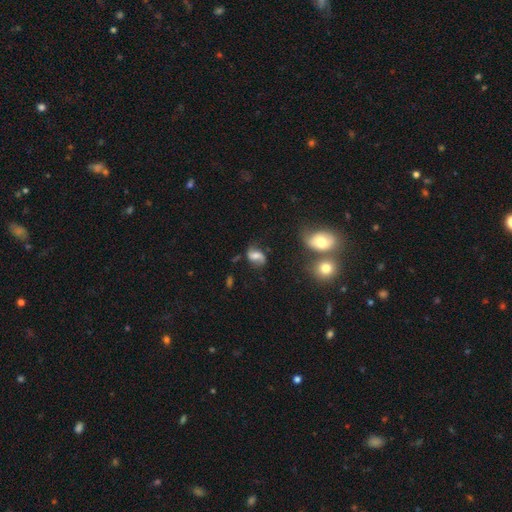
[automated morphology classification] smooth-or-featured: featured or disk: 56% | smooth: 33% | star or artifact: 10%
  disk-edge-on: no: 96% | yes: 4%
    bar: weak: 43% | no: 40% | strong: 18%
    has-spiral-arms: yes: 89% | no: 11%
    bulge-size: moderate: 47% | small: 25% | large: 13% | none: 12% | dominant: 2%
  merging: none: 65% | minor disturbance: 21% | major disturbance: 9% | merger: 5%